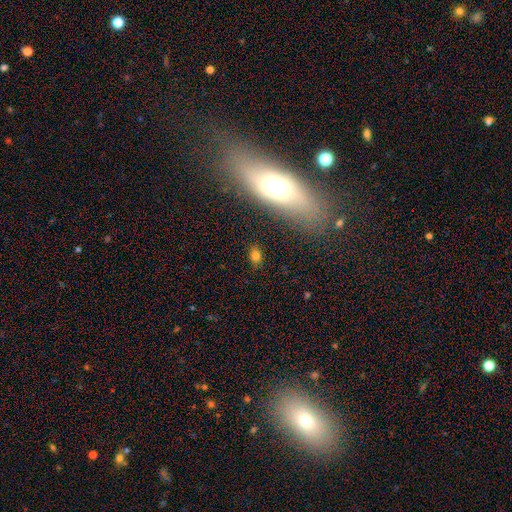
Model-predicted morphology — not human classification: Smooth or featured?
  - smooth: 77% *
  - star or artifact: 15%
  - featured or disk: 8%
How rounded?
  - in between: 75% *
  - round: 22%
  - cigar-shaped: 3%
Merging?
  - none: 83% *
  - minor disturbance: 11%
  - major disturbance: 3%
  - merger: 3%